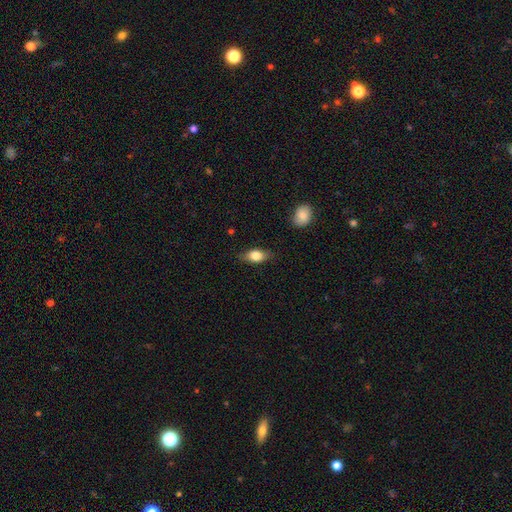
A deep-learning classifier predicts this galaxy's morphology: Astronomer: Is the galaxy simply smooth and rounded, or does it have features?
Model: smooth — 73%.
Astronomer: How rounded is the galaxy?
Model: in between — 81%.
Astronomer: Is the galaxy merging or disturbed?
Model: none — 80%.